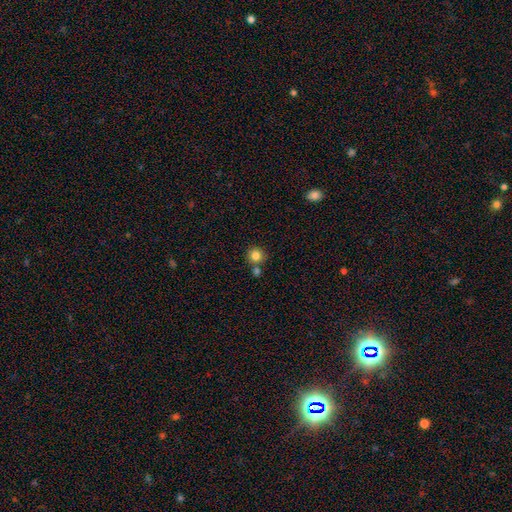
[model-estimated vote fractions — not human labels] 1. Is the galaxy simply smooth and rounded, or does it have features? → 83% smooth, 11% star or artifact, 6% featured or disk.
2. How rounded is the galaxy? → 91% round, 8% in between, 1% cigar-shaped.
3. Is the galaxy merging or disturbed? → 71% none, 19% merger, 8% minor disturbance, 2% major disturbance.